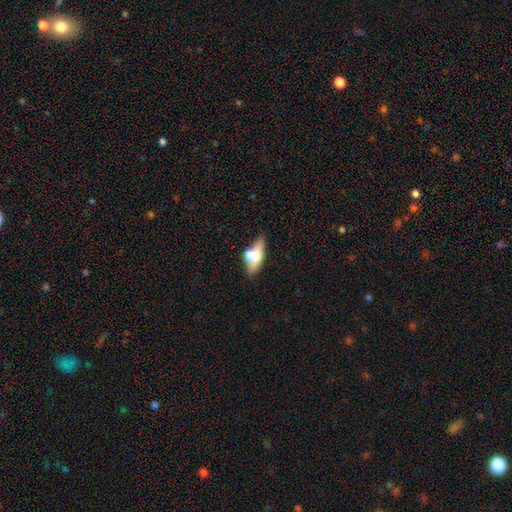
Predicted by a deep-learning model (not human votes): Smooth or featured? smooth (56%)
How rounded? in between (68%)
Merging? none (51%)